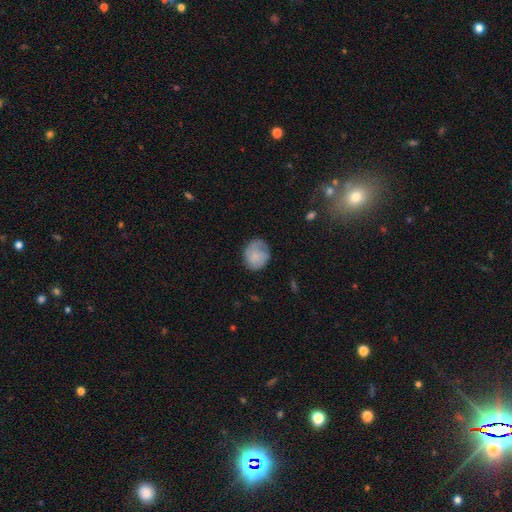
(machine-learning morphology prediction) A smooth galaxy with no disk features (72%) that is round (67%).

Vote fractions:
- Smooth or featured? smooth: 72% / featured or disk: 21% / star or artifact: 7%
- How rounded? round: 67% / in between: 32% / cigar-shaped: 1%
- Merging? none: 62% / minor disturbance: 27% / major disturbance: 10% / merger: 1%